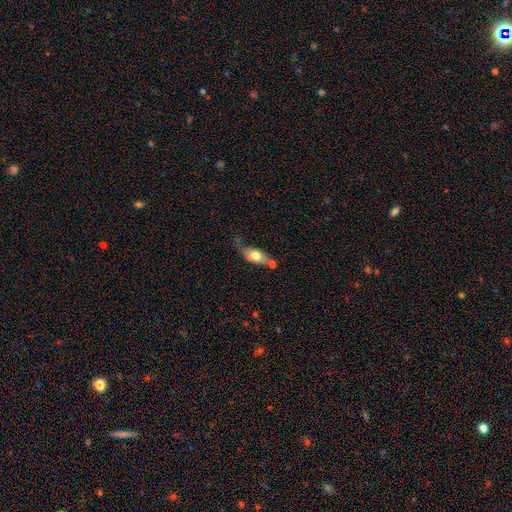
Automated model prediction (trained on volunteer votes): The model was most divided on "merging": none: 40%, minor disturbance: 26%, merger: 22%, major disturbance: 12%. More confident: how rounded — in between (77%); smooth or featured — smooth (60%).